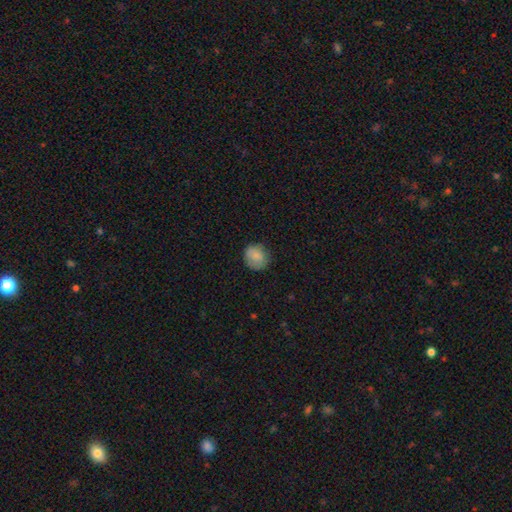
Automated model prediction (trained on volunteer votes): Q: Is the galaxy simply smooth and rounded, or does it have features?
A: smooth — 84%.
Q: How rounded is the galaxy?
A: round — 82%.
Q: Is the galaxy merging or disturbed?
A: none — 80%.